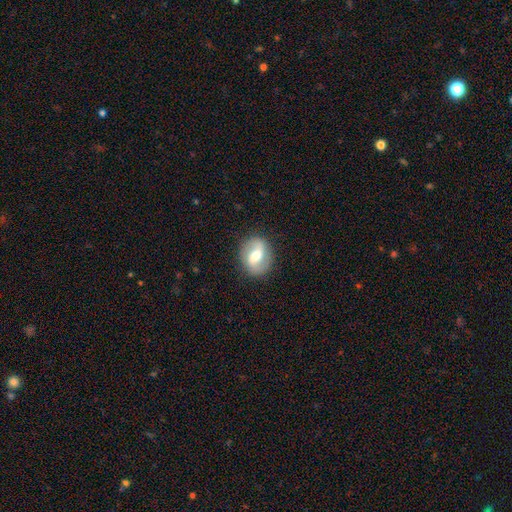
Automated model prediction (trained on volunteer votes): smooth-or-featured: featured or disk: 61% | smooth: 32% | star or artifact: 7%
  disk-edge-on: no: 95% | yes: 5%
    bar: weak: 44% | strong: 33% | no: 23%
    has-spiral-arms: yes: 75% | no: 25%
    bulge-size: moderate: 70% | small: 18% | large: 10% | dominant: 1% | none: 1%
  merging: none: 86% | minor disturbance: 10% | major disturbance: 3% | merger: 1%